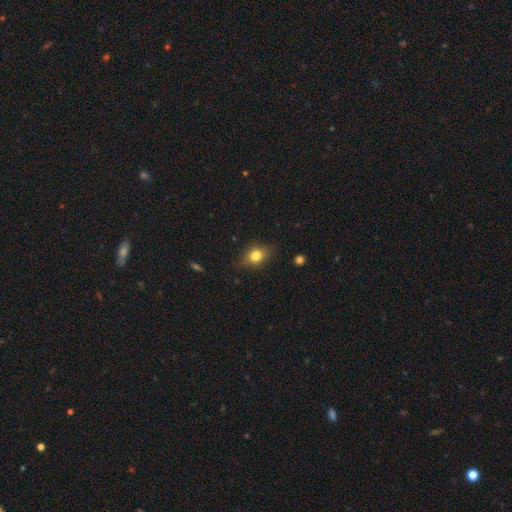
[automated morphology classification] This appears to be a smooth galaxy with no disk features (78%) that is in between round and cigar-shaped (54%). Merging: none (78%).